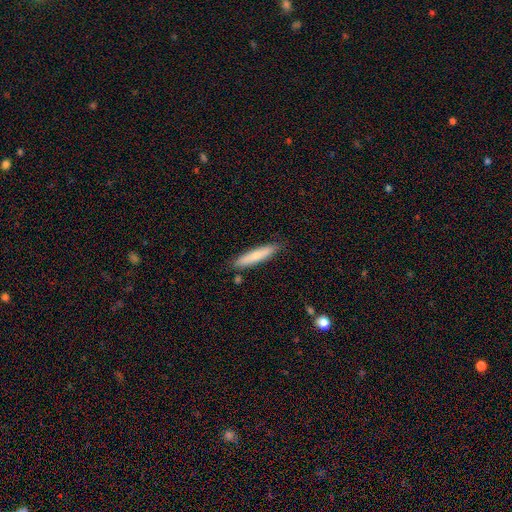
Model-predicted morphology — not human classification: smooth_or_featured: smooth (p=0.72) [alt: featured or disk p=0.22]
how_rounded: cigar-shaped (p=0.88) [alt: in between p=0.11]
merging: none (p=0.86) [alt: minor disturbance p=0.10]